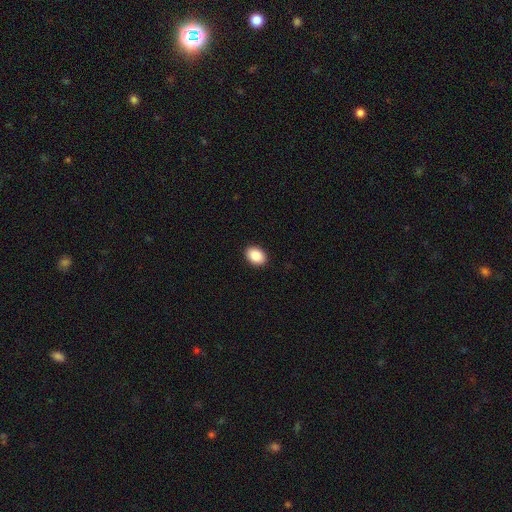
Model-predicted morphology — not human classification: The model was most divided on "how rounded": in between: 77%, round: 22%, cigar-shaped: 1%. More confident: merging — none (91%); smooth or featured — smooth (89%).